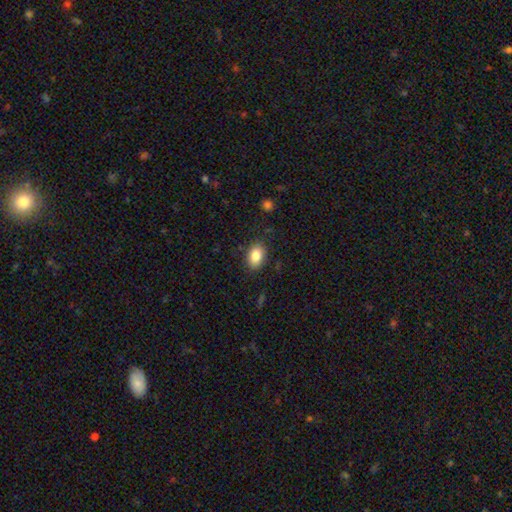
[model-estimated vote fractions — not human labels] smooth 85%, star or artifact 8%, featured or disk 7%. Down the decision tree: how rounded — in between (83%); merging — none (84%).